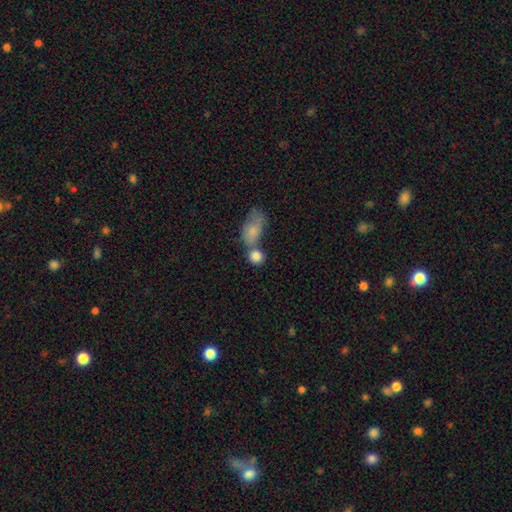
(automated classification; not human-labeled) smooth 83%, featured or disk 9%, star or artifact 8%. Down the decision tree: how rounded — round (68%); merging — merger (46%).